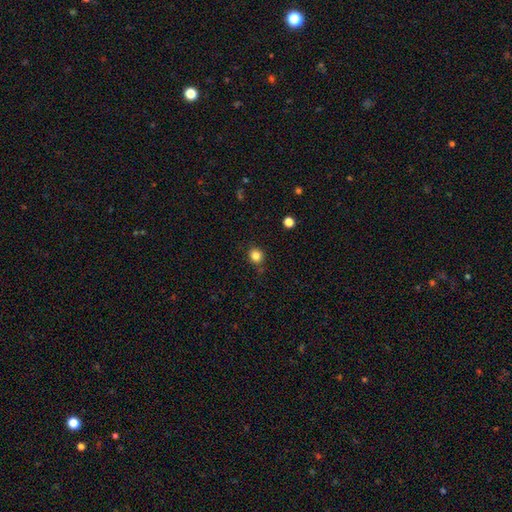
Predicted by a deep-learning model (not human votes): Q: Smooth or featured?
A: smooth (83%); runner-up: star or artifact (12%)
Q: How rounded?
A: round (88%); runner-up: in between (12%)
Q: Merging?
A: none (84%); runner-up: minor disturbance (11%)